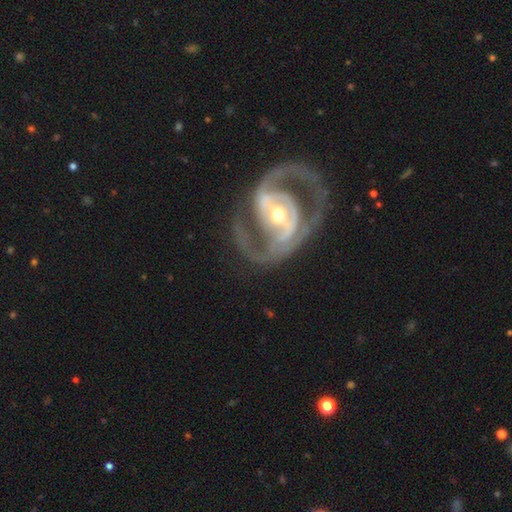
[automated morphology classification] type=featured or disk (91%); edge-on=no (97%); bar=strong (44%); spiral arms=yes (96%); winding=medium (56%); arm count=2 (90%); bulge=moderate (55%); merging=none (73%).